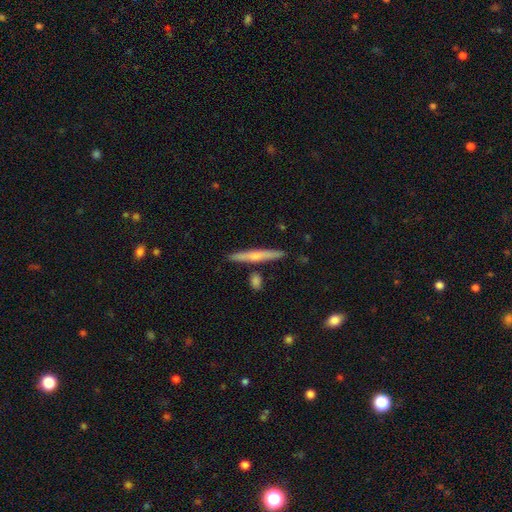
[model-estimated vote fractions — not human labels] Smooth or featured? featured or disk (49%)
Merging? none (85%)